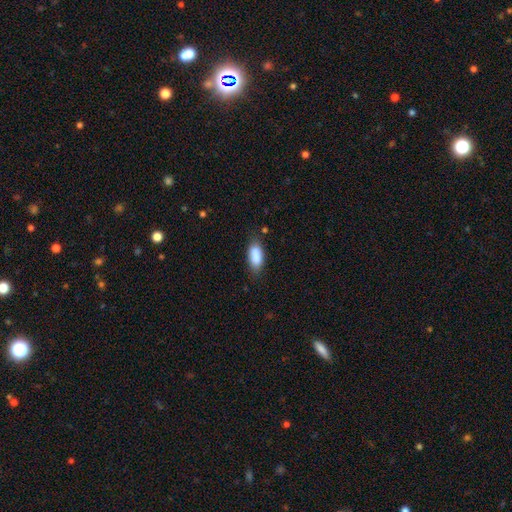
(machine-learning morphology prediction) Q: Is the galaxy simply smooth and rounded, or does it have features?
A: smooth — 88%.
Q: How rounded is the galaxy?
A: in between — 84%.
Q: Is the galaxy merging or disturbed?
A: none — 74%.